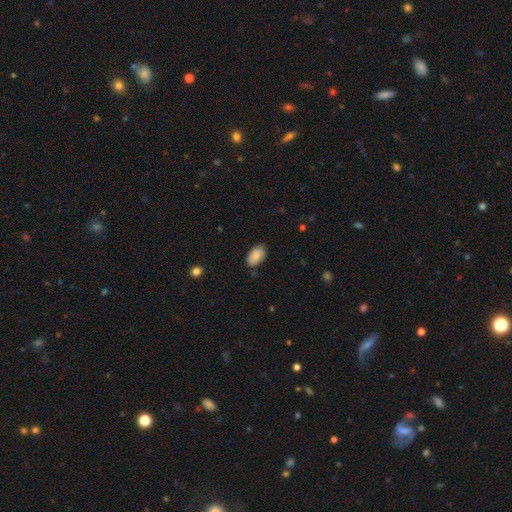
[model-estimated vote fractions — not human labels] A smooth galaxy with no disk features (86%) that is in between round and cigar-shaped (93%). Merging: none (80%).